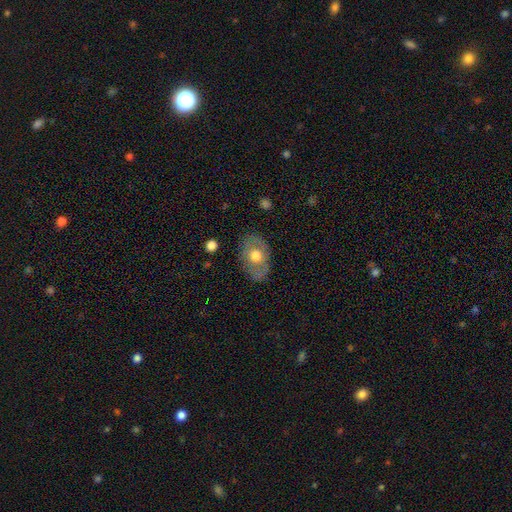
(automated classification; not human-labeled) This appears to be a smooth galaxy with no disk features (55%) that is in between round and cigar-shaped (78%). Merging: none (77%).